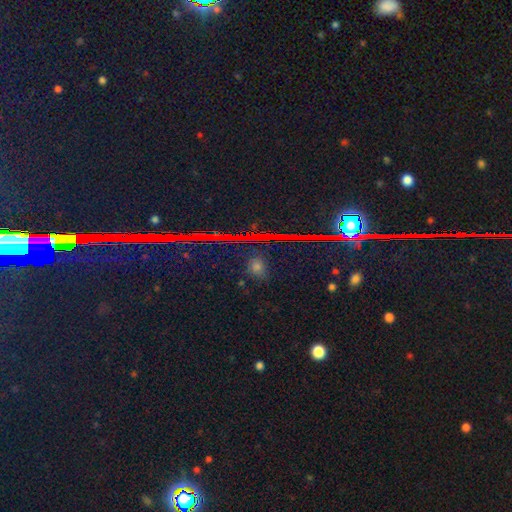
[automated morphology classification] smooth_or_featured: star or artifact (p=0.86) [alt: featured or disk p=0.07]